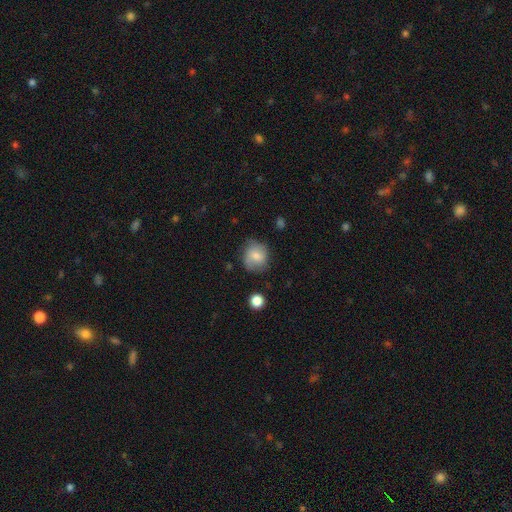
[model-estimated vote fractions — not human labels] Smooth or featured?
  - smooth: 67% *
  - featured or disk: 24%
  - star or artifact: 8%
How rounded?
  - round: 80% *
  - in between: 19%
  - cigar-shaped: 1%
Merging?
  - none: 70% *
  - minor disturbance: 22%
  - major disturbance: 6%
  - merger: 2%